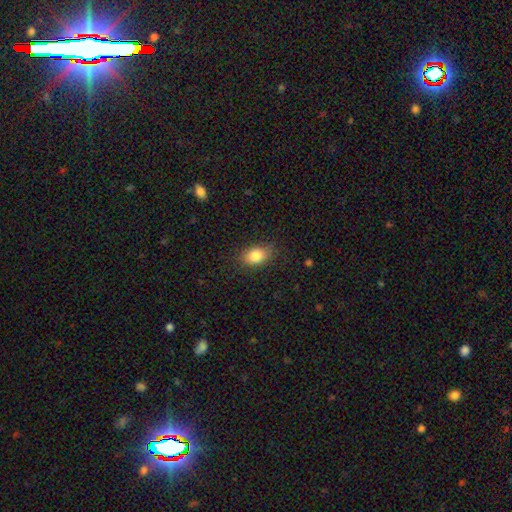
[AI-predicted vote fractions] A smooth galaxy with no disk features (83%) that is in between round and cigar-shaped (81%). Merging: none (80%).